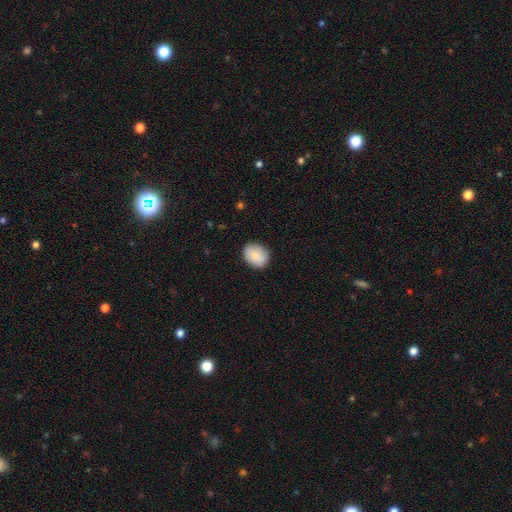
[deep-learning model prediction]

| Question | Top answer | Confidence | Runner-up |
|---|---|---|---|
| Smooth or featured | smooth | 82% | featured or disk (12%) |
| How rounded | round | 53% | in between (46%) |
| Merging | none | 84% | minor disturbance (12%) |